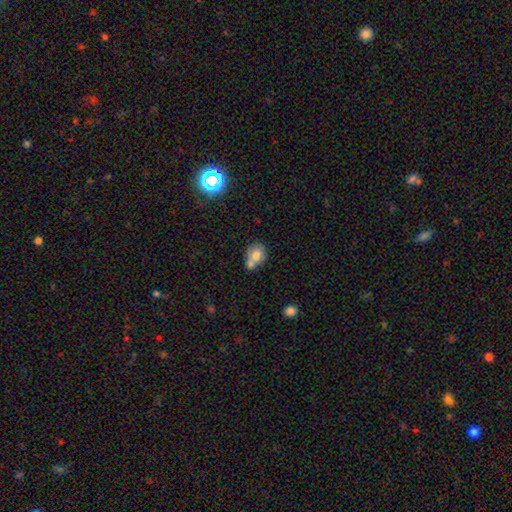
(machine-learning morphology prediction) Smooth or featured? Predicted: smooth (p=0.72). How rounded? Predicted: in between (p=0.54). Merging? Predicted: merger (p=0.45).